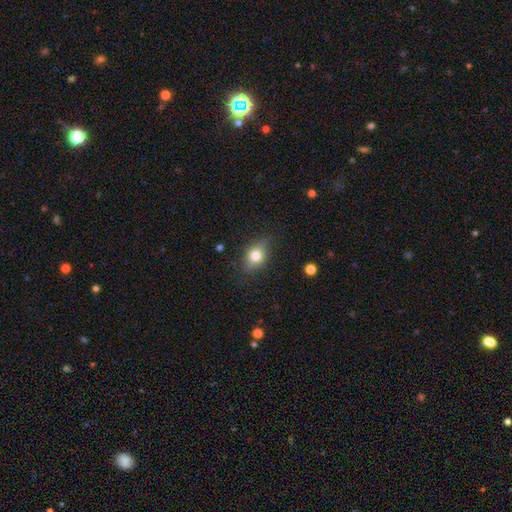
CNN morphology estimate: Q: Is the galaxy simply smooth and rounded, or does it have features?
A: smooth — 70%.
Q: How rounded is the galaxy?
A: in between — 58%.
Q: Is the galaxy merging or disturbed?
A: none — 76%.